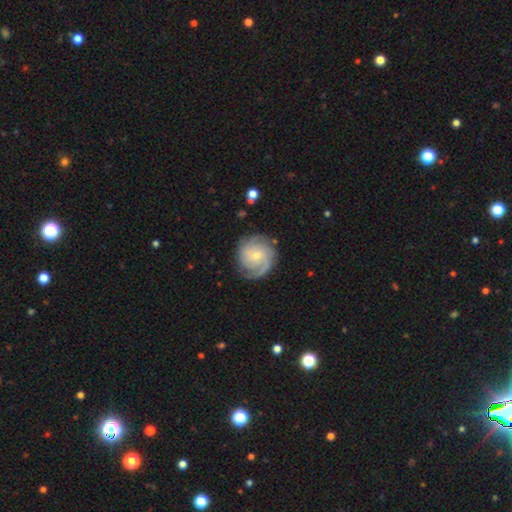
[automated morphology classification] A featured or disk galaxy (84%) with no bar (61%), 3 (29%) tight (60%) spiral arms (97%) and a small central bulge (65%). Merging: none (81%).